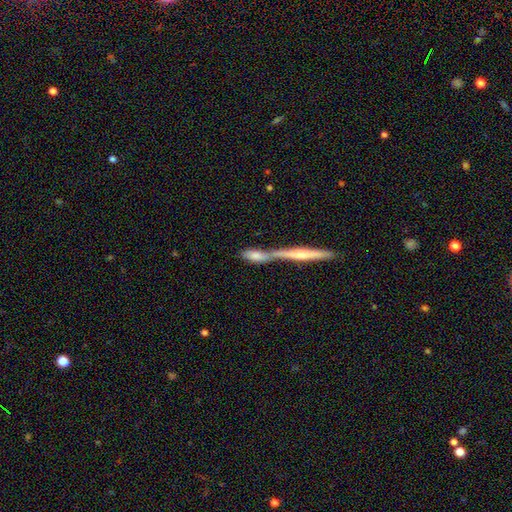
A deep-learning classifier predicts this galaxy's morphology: The model was most divided on "how rounded": cigar-shaped: 51%, in between: 44%, round: 5%. More confident: smooth or featured — smooth (65%); merging — merger (53%).